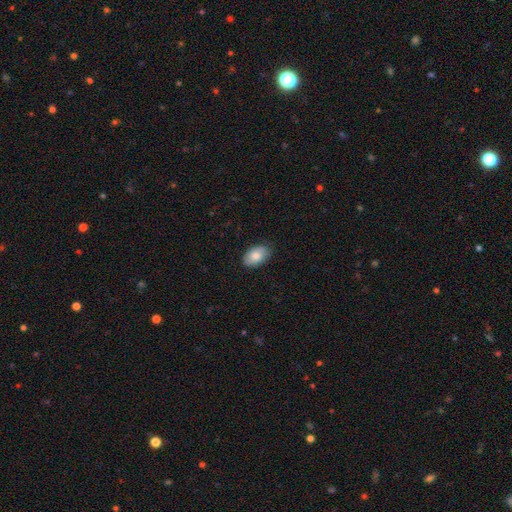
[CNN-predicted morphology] Smooth or featured: smooth — 83% (featured or disk — 11%)
How rounded: in between — 91% (round — 8%)
Merging: none — 86% (minor disturbance — 11%)